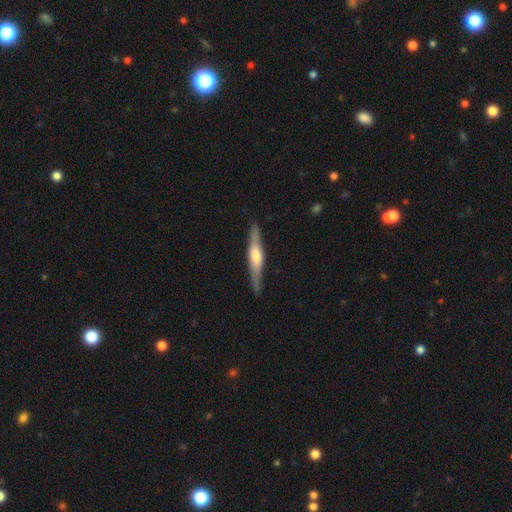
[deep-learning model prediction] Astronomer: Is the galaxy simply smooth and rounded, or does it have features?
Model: featured or disk — 67%.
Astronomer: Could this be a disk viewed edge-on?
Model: yes — 96%.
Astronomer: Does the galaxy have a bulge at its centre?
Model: rounded — 70%.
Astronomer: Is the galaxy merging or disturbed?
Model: none — 88%.